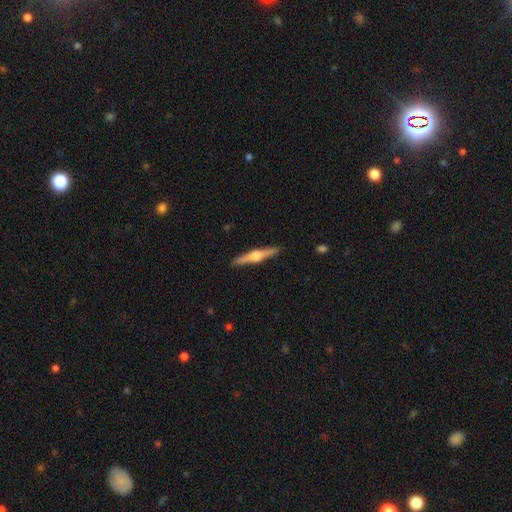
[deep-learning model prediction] Smooth or featured?
  - featured or disk: 70% *
  - smooth: 24%
  - star or artifact: 5%
Edge-on disk?
  - yes: 98% *
  - no: 2%
Edge-on bulge?
  - rounded: 93% *
  - boxy: 5%
  - none: 3%
Merging?
  - none: 91% *
  - minor disturbance: 6%
  - major disturbance: 1%
  - merger: 1%